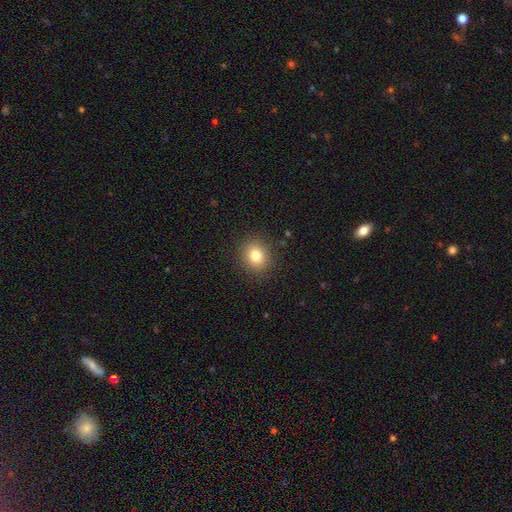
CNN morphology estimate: type=smooth (81%); roundness=round (76%); merging=none (89%).